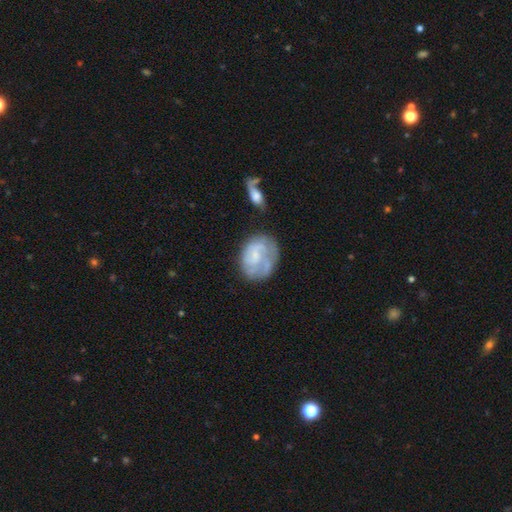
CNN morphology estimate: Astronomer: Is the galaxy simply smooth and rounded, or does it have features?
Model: featured or disk — 59% (runner-up: smooth, 34%).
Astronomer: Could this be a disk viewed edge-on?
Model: no — 98%.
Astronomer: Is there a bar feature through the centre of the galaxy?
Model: no — 67%.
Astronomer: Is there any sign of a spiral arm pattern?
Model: yes — 69%.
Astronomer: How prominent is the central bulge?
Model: small — 46% (runner-up: none, 27%).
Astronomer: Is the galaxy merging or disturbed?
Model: none — 52%.